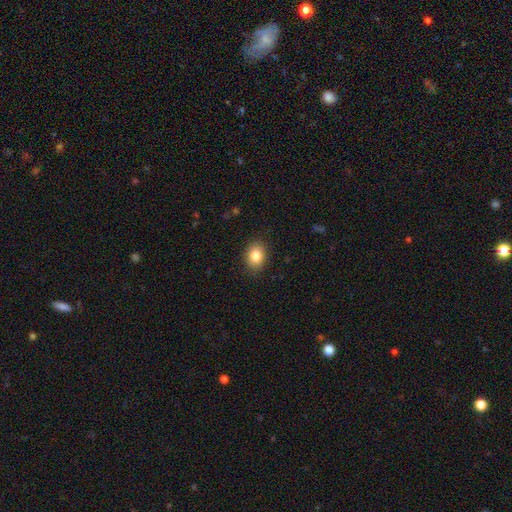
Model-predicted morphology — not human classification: smooth-or-featured: smooth: 84% | star or artifact: 9% | featured or disk: 7%
  how-rounded: in between: 65% | round: 34% | cigar-shaped: 1%
  merging: none: 87% | minor disturbance: 9% | major disturbance: 2% | merger: 1%